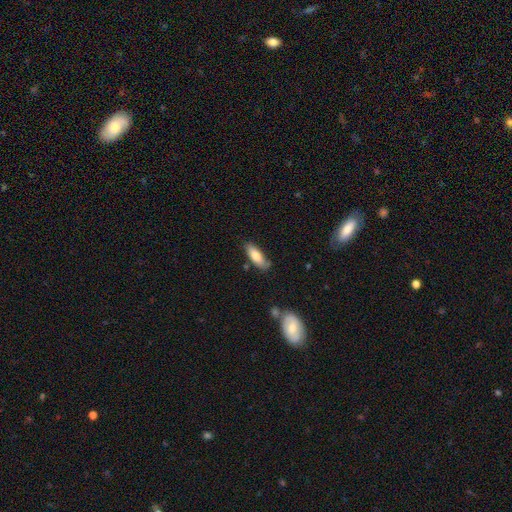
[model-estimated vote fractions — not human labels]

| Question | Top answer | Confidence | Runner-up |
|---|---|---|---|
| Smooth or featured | smooth | 77% | featured or disk (17%) |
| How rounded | in between | 66% | cigar-shaped (32%) |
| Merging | none | 73% | minor disturbance (20%) |